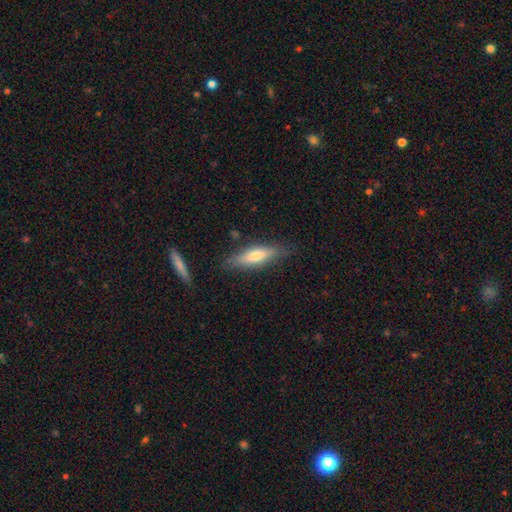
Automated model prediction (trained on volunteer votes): This appears to be a smooth galaxy with no disk features (56%) that is cigar-shaped (67%). Merging: none (81%).